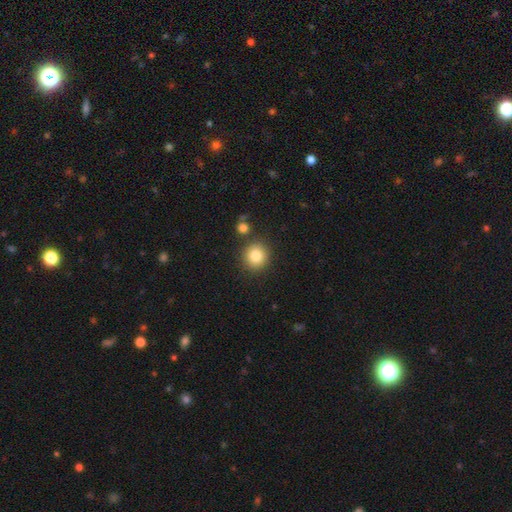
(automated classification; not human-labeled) A smooth galaxy with no disk features (83%) that is round (90%).

Vote fractions:
- Smooth or featured? smooth: 83% / star or artifact: 10% / featured or disk: 7%
- How rounded? round: 90% / in between: 9% / cigar-shaped: 1%
- Merging? none: 83% / minor disturbance: 8% / merger: 7% / major disturbance: 3%